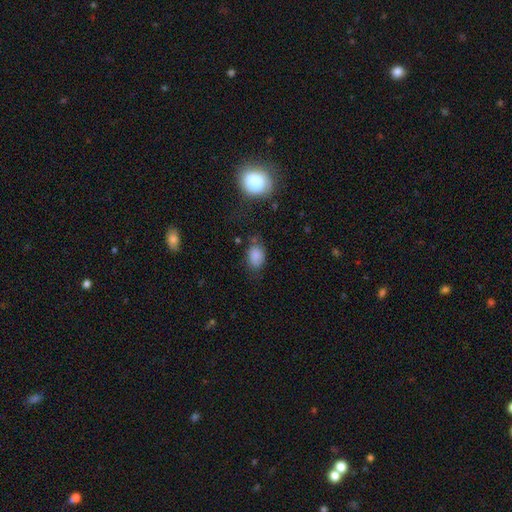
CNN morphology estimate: This is clearly a smooth galaxy (81%). How rounded: likely in between (75%). Merging: likely none (67%).